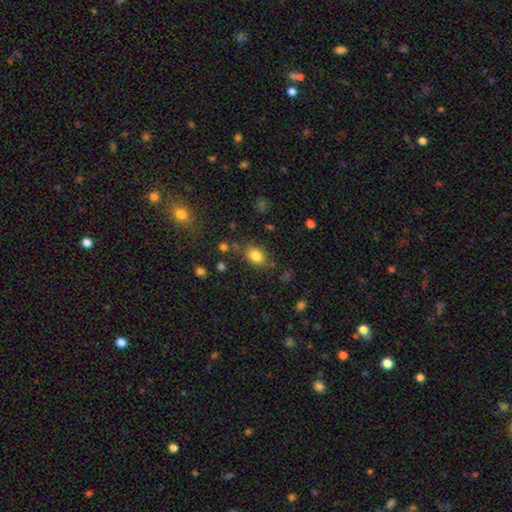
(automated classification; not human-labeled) The model was most divided on "how rounded": in between: 68%, round: 30%, cigar-shaped: 1%. More confident: smooth or featured — smooth (83%); merging — none (76%).